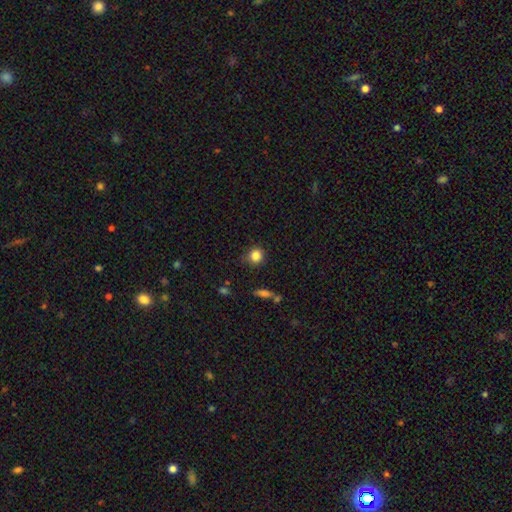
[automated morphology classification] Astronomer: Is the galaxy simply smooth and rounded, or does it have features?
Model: smooth — 84%.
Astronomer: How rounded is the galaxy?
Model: round — 88%.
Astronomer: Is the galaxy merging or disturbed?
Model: none — 83%.